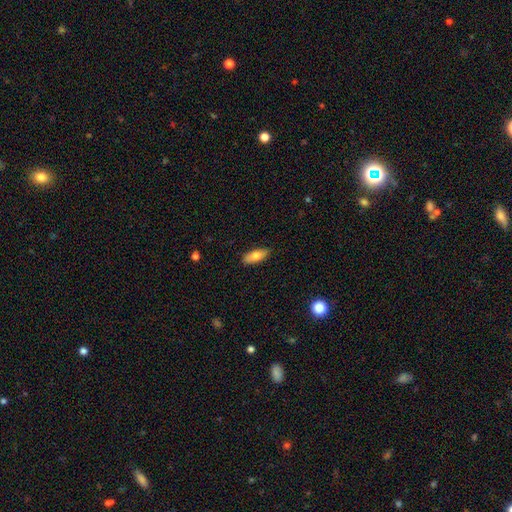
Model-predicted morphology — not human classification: smooth 76%, featured or disk 18%, star or artifact 7%. Down the decision tree: how rounded — in between (74%); merging — none (86%).